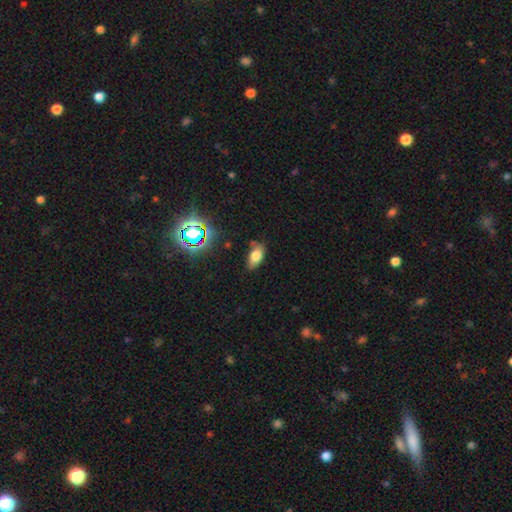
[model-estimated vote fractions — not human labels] Smooth or featured?
  - smooth: 74% *
  - star or artifact: 14%
  - featured or disk: 12%
How rounded?
  - in between: 90% *
  - round: 5%
  - cigar-shaped: 4%
Merging?
  - none: 72% *
  - minor disturbance: 20%
  - major disturbance: 4%
  - merger: 3%